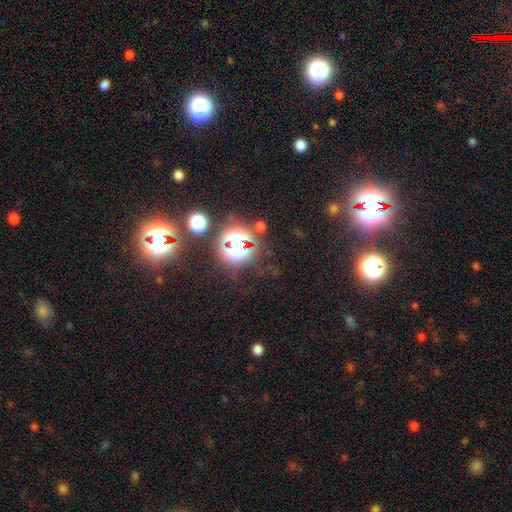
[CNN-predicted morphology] Q: Smooth or featured?
A: star or artifact (77%); runner-up: smooth (17%)